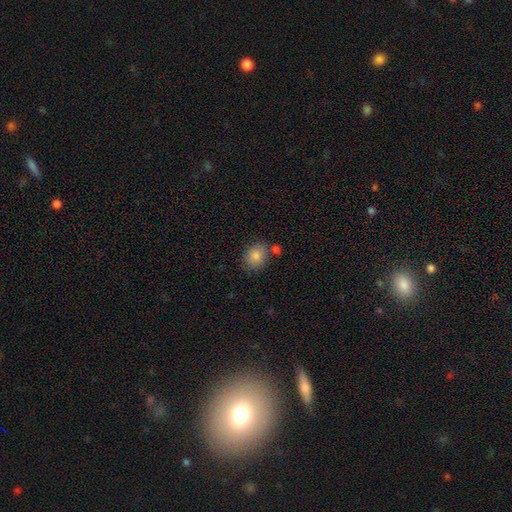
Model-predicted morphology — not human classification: smooth 84%, star or artifact 8%, featured or disk 8%. Down the decision tree: how rounded — in between (55%); merging — none (71%).